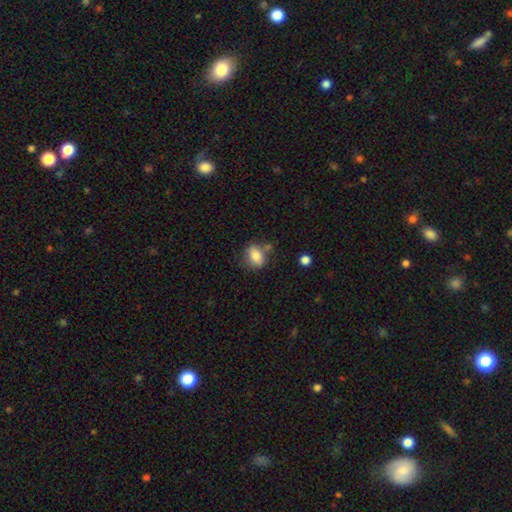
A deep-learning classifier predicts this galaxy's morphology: This is clearly a smooth galaxy (82%). How rounded: likely in between (71%). Merging: likely none (63%).